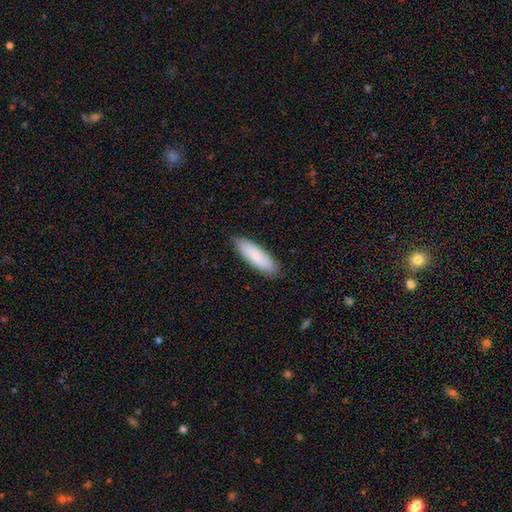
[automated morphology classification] Smooth or featured: smooth — 81% (featured or disk — 14%)
How rounded: in between — 49% (tied with cigar-shaped — 49%)
Merging: none — 88% (minor disturbance — 10%)